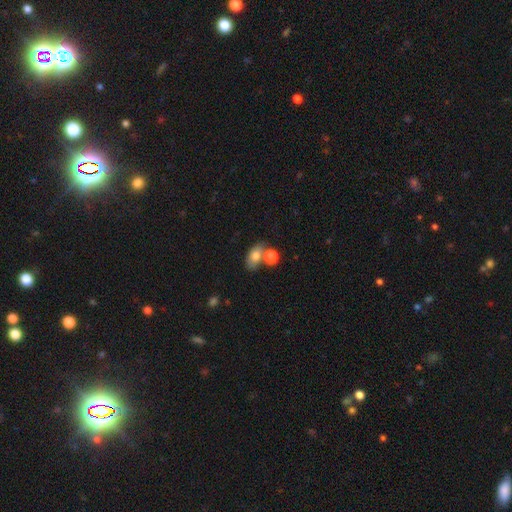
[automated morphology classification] This is likely a smooth galaxy (75%). How rounded: clearly in between (80%). Merging: possibly none (49%).